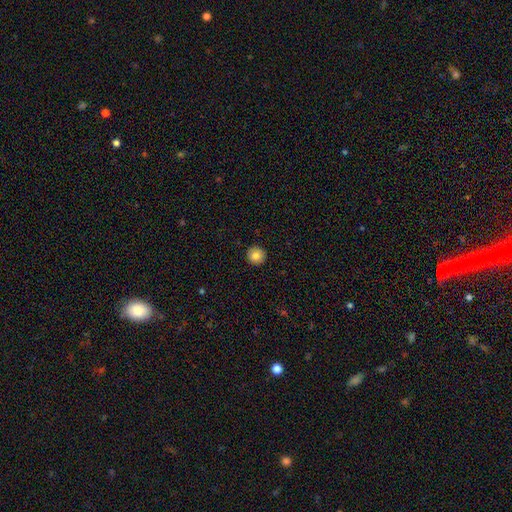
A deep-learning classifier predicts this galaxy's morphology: smooth 82%, star or artifact 9%, featured or disk 8%. Down the decision tree: how rounded — round (96%); merging — none (93%).